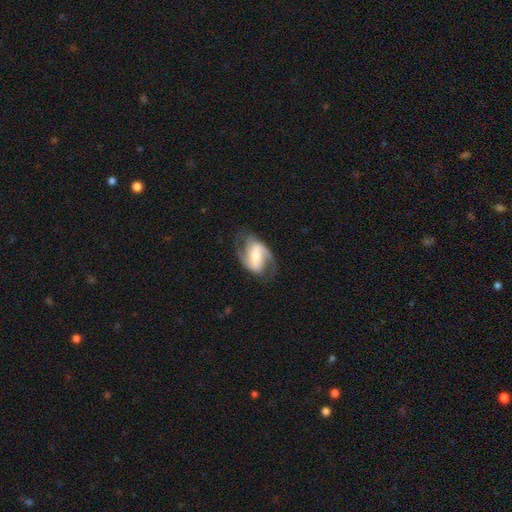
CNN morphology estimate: A featured or disk galaxy (81%) with a strong bar (44%), 2 (89%) medium (49%) spiral arms (94%) and a moderate central bulge (46%). Merging: none (72%).